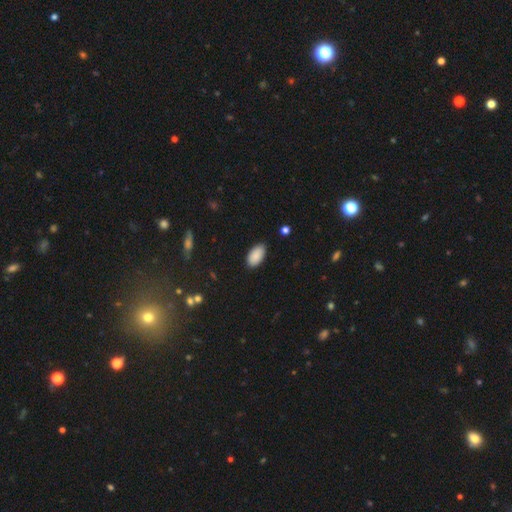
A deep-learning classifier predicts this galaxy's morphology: Smooth or featured: smooth — 89% (star or artifact — 7%)
How rounded: in between — 95% (round — 3%)
Merging: none — 84% (minor disturbance — 12%)